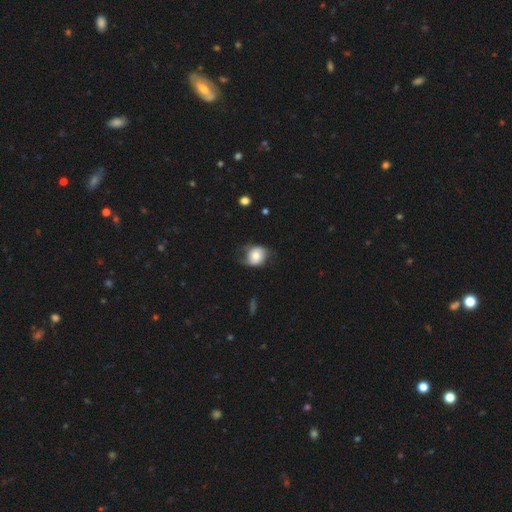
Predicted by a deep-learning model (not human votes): This appears to be a smooth galaxy with no disk features (63%) that is round (60%). Merging: none (52%).